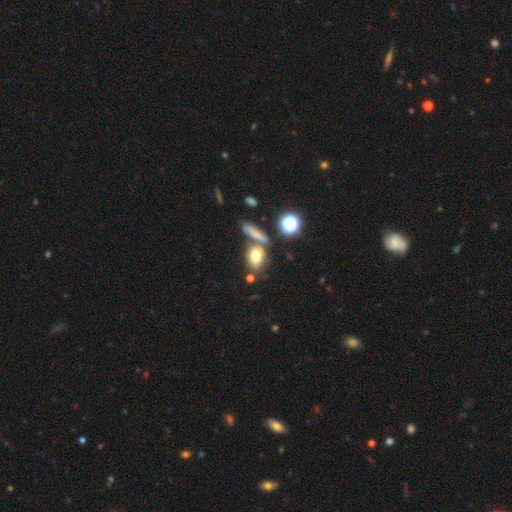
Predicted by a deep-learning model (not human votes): Morphology: type=smooth (71%); roundness=in between (66%); merging=none (58%).